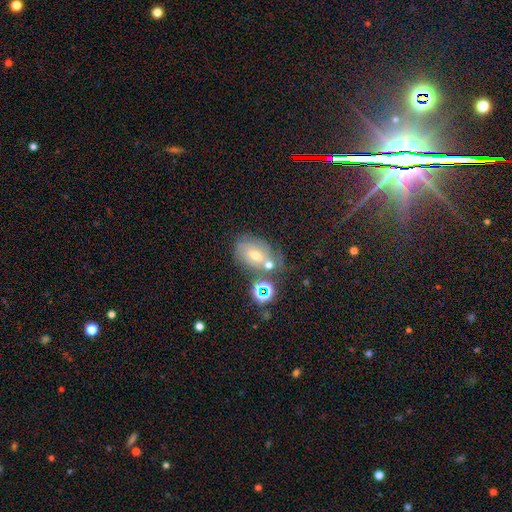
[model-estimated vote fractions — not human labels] Q: Smooth or featured?
A: smooth (38%); runner-up: featured or disk (34%)
Q: Merging?
A: none (55%); runner-up: minor disturbance (18%)